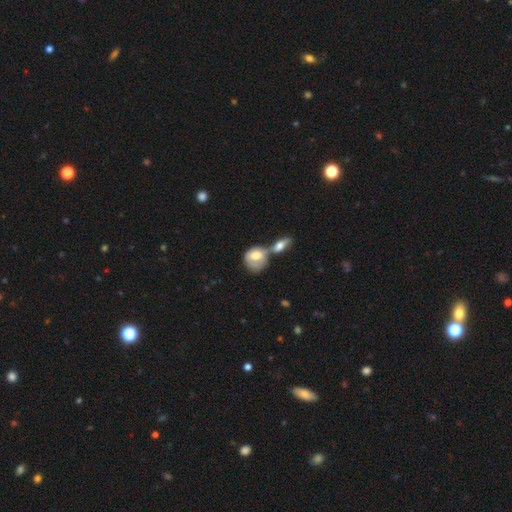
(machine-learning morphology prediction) Smooth or featured? smooth (64%)
How rounded? round (52%)
Merging? merger (59%)